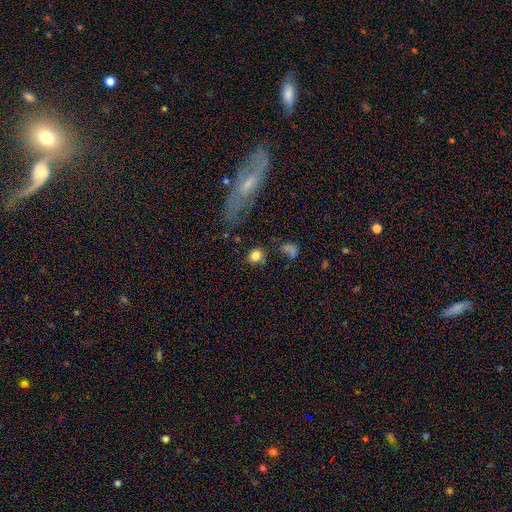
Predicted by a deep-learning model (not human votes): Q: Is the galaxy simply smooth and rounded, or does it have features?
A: smooth — 81%.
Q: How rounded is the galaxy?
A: round — 70%.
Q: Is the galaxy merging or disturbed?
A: none — 74%.